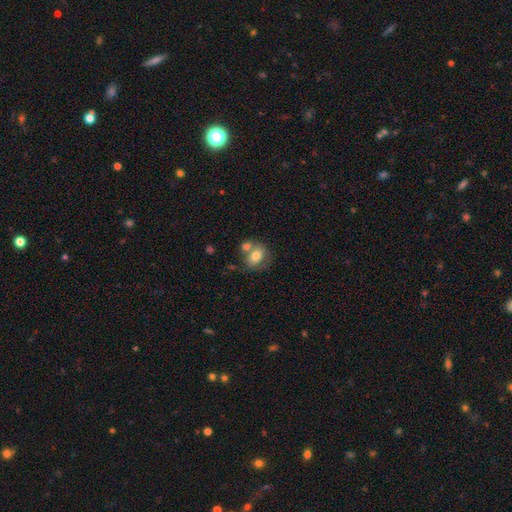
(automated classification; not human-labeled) smooth-or-featured: smooth: 74% | featured or disk: 17% | star or artifact: 8%
  how-rounded: in between: 60% | round: 39% | cigar-shaped: 1%
  merging: merger: 41% | none: 40% | minor disturbance: 13% | major disturbance: 6%